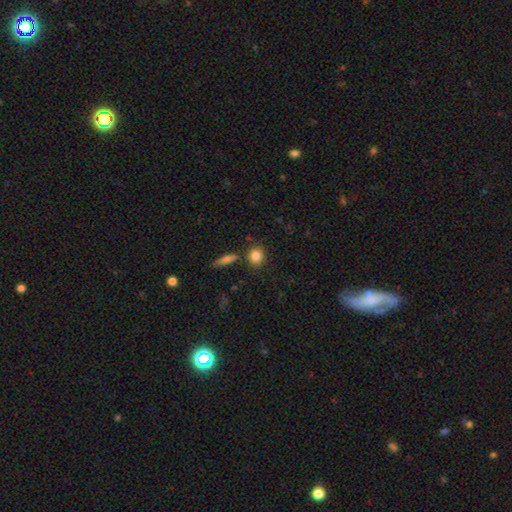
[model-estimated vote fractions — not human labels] Overall: smooth (85%). How rounded: round (72%). Merging: none (79%).